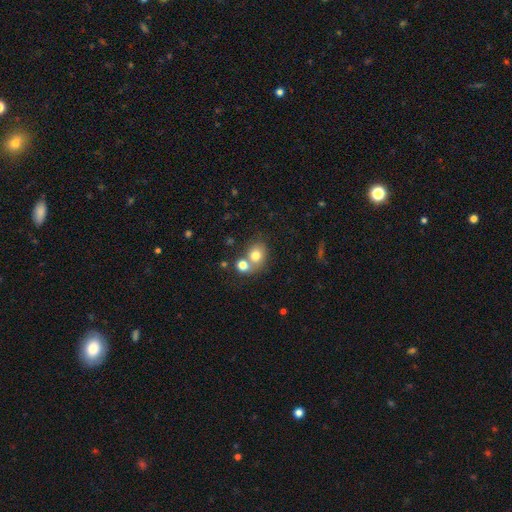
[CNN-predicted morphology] A smooth galaxy with no disk features (76%) that is round (64%). Merging: merger (45%).